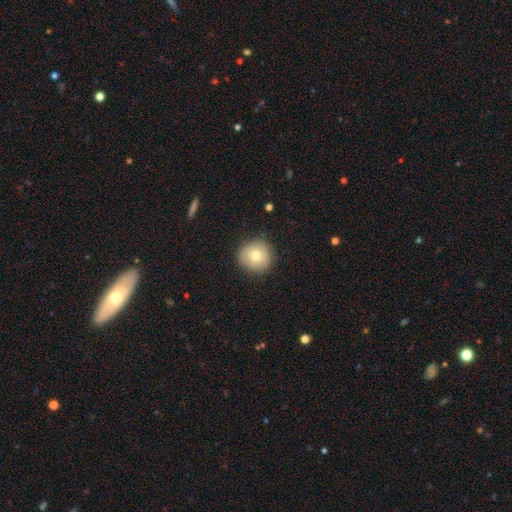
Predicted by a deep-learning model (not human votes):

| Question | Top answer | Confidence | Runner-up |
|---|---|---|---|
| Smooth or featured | smooth | 75% | featured or disk (16%) |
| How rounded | round | 93% | in between (6%) |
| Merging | none | 87% | minor disturbance (10%) |